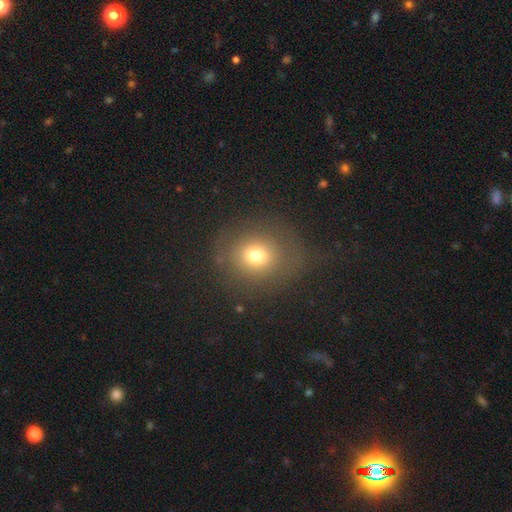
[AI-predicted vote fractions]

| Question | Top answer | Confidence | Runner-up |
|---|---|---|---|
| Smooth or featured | smooth | 71% | star or artifact (16%) |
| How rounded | round | 80% | in between (20%) |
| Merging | none | 75% | minor disturbance (13%) |